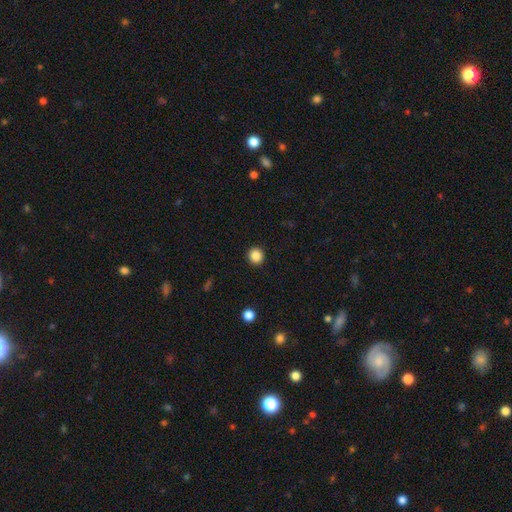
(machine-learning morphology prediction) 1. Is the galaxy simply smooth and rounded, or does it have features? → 87% smooth, 10% star or artifact, 3% featured or disk.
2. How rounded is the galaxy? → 92% round, 7% in between, 1% cigar-shaped.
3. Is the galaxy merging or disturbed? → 93% none, 5% minor disturbance, 2% major disturbance, 1% merger.